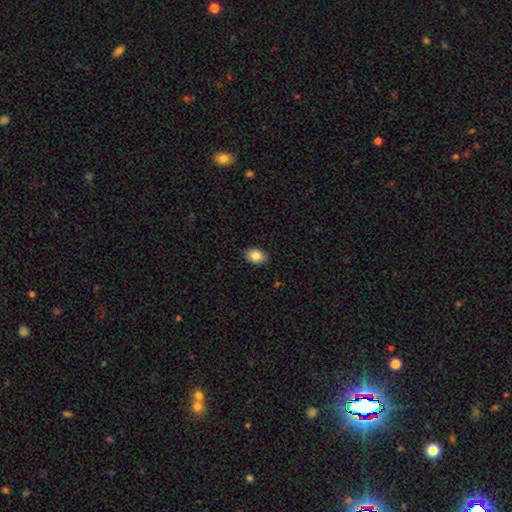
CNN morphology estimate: This is clearly a smooth galaxy (86%). How rounded: likely in between (79%). Merging: clearly none (87%).